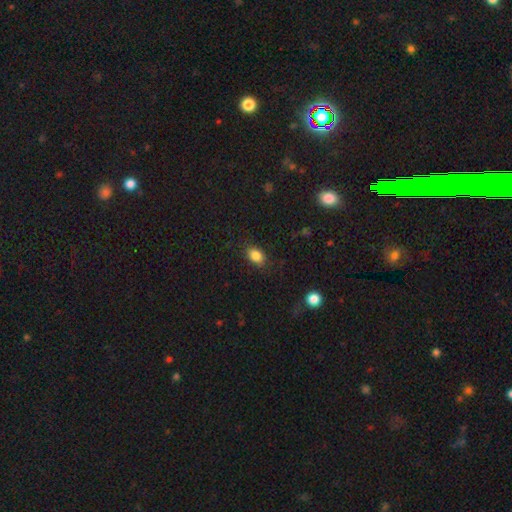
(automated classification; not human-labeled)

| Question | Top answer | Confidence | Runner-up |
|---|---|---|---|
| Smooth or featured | smooth | 85% | star or artifact (10%) |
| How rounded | in between | 77% | round (21%) |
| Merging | none | 82% | minor disturbance (13%) |